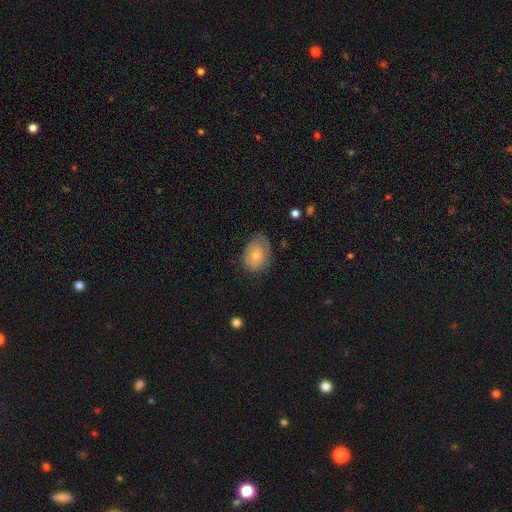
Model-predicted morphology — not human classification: The model was most divided on "merging": none: 61%, minor disturbance: 29%, major disturbance: 9%, merger: 1%. More confident: smooth or featured — smooth (71%); how rounded — in between (70%).